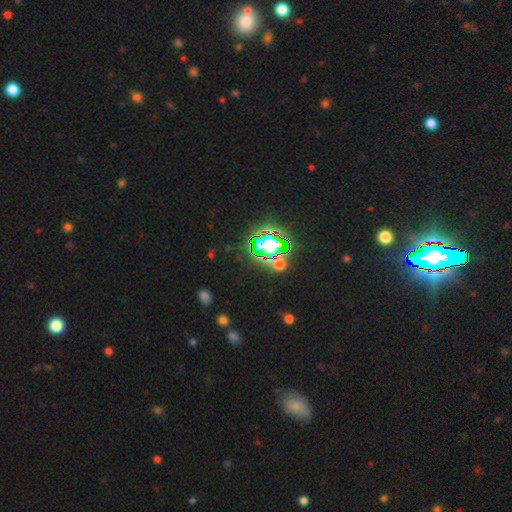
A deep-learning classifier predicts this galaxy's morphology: Smooth or featured? star or artifact (78%)